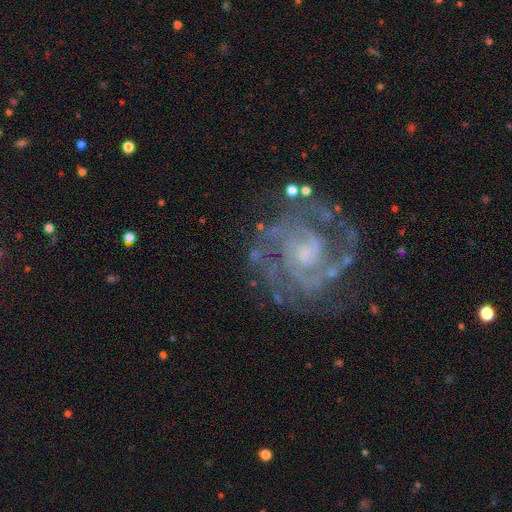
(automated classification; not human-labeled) Morphology: type=featured or disk (88%); edge-on=no (98%); bar=no (57%); spiral arms=yes (96%); winding=tight (51%); arm count=2 (41%); bulge=small (43%); merging=none (70%).